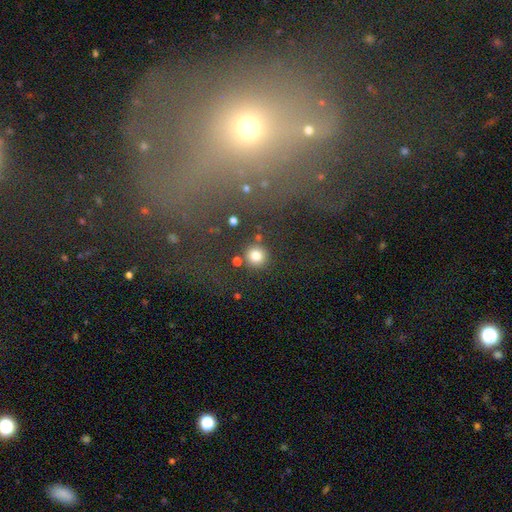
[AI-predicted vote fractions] This appears to be a smooth galaxy with no disk features (82%) that is round (94%). Merging: none (82%).